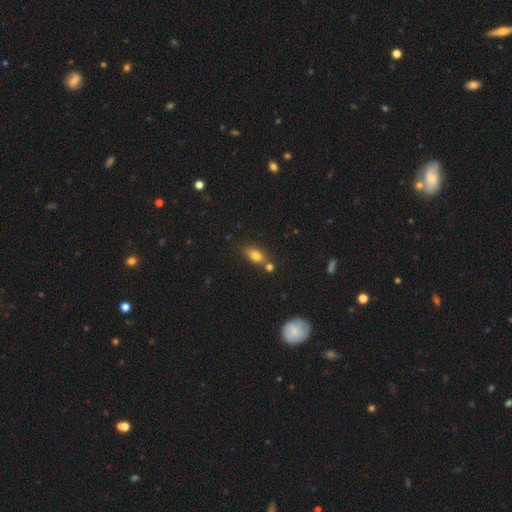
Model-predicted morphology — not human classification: This appears to be a smooth galaxy with no disk features (79%) that is in between round and cigar-shaped (82%). Merging: none (64%).